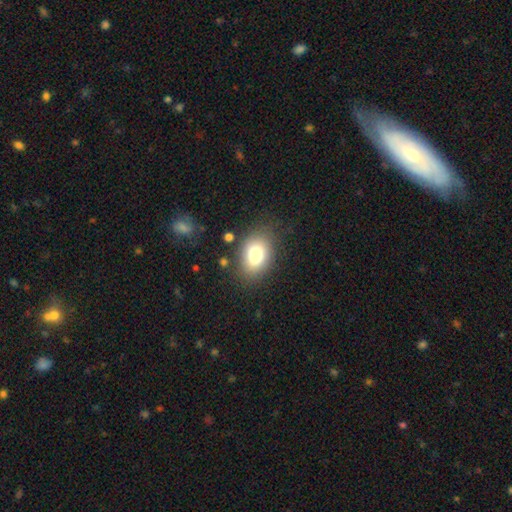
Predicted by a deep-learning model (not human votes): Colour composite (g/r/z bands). It shows a smooth galaxy with no disk features (78%) that is in between round and cigar-shaped (76%). Merging: none (78%).